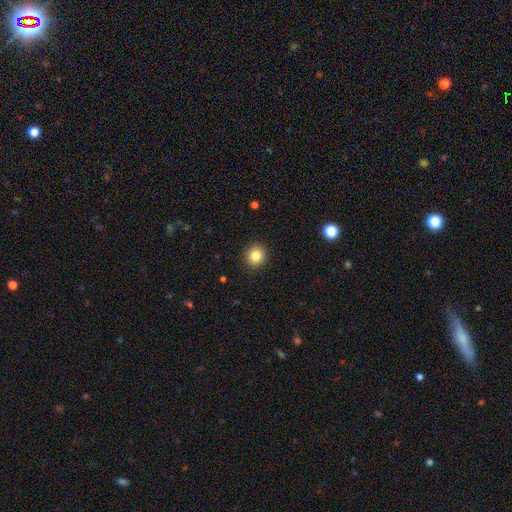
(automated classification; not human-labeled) Smooth or featured? Predicted: smooth (p=0.85). How rounded? Predicted: round (p=0.89). Merging? Predicted: none (p=0.92).